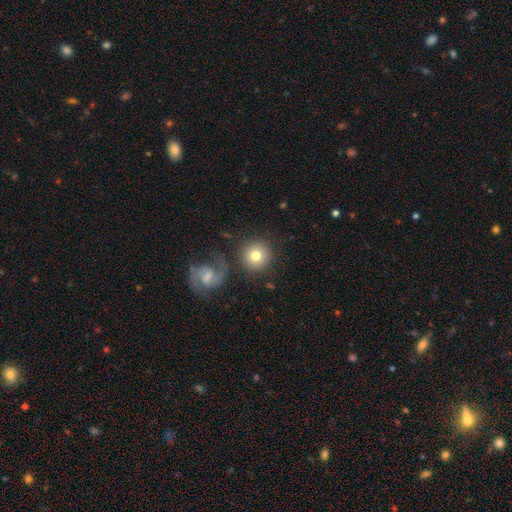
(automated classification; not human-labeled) smooth-or-featured: smooth: 76% | featured or disk: 16% | star or artifact: 8%
  how-rounded: round: 94% | in between: 5% | cigar-shaped: 1%
  merging: none: 80% | minor disturbance: 8% | merger: 8% | major disturbance: 4%